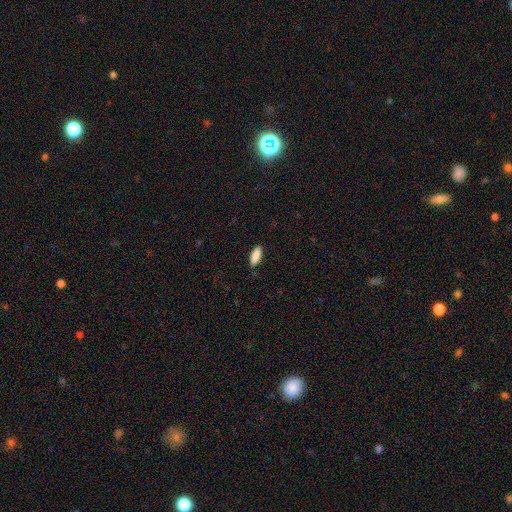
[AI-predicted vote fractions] A smooth galaxy with no disk features (89%) that is in between round and cigar-shaped (73%). Merging: none (85%).